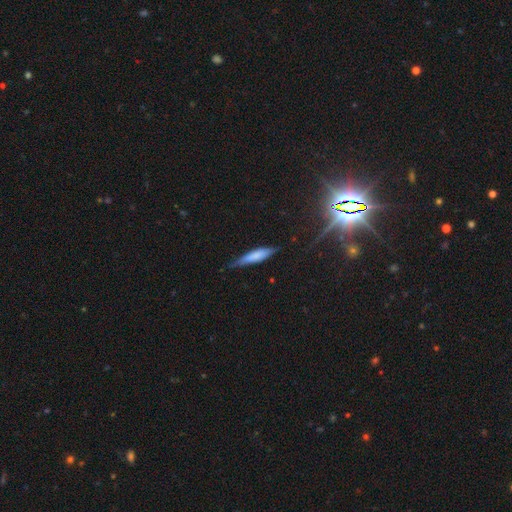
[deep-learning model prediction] This appears to be a smooth galaxy with no disk features (64%) that is cigar-shaped (83%). Merging: none (72%).